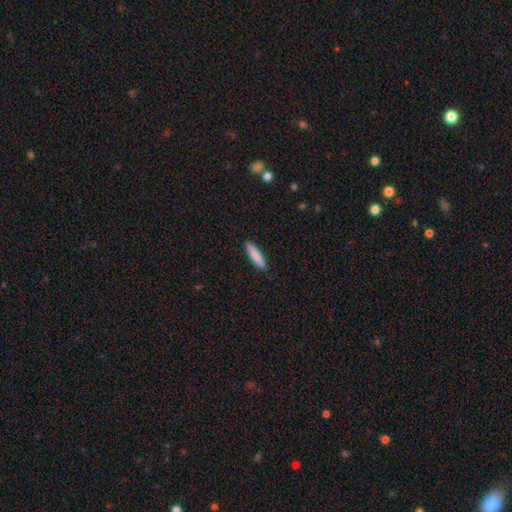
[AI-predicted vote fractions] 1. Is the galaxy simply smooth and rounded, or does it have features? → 84% smooth, 11% featured or disk, 5% star or artifact.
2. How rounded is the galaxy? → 86% cigar-shaped, 12% in between, 1% round.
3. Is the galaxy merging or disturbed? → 91% none, 6% minor disturbance, 1% major disturbance, 1% merger.